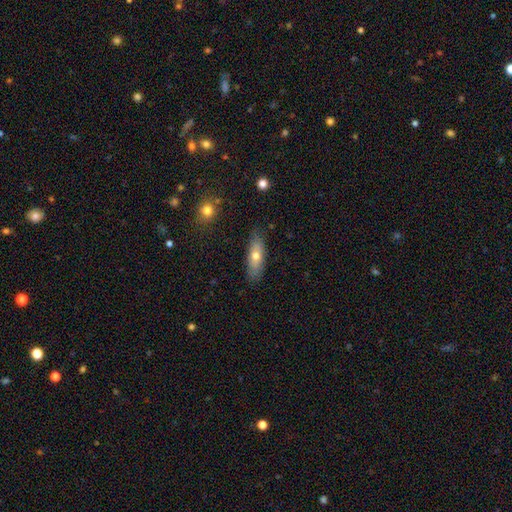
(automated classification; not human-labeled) smooth-or-featured: smooth: 62% | featured or disk: 31% | star or artifact: 7%
  how-rounded: in between: 57% | cigar-shaped: 40% | round: 3%
  merging: none: 82% | minor disturbance: 14% | major disturbance: 3% | merger: 1%